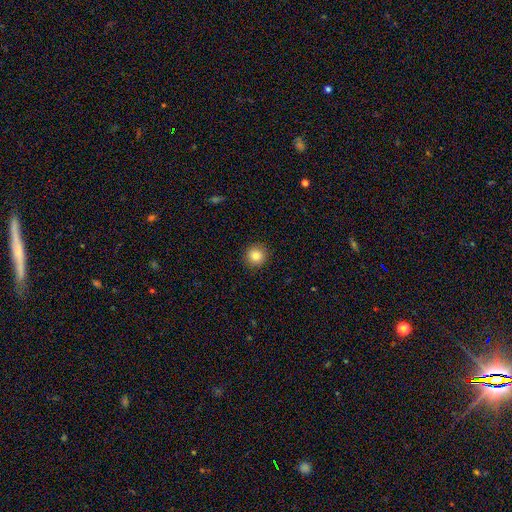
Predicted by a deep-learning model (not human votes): A smooth galaxy with no disk features (85%) that is round (93%). Merging: none (91%).